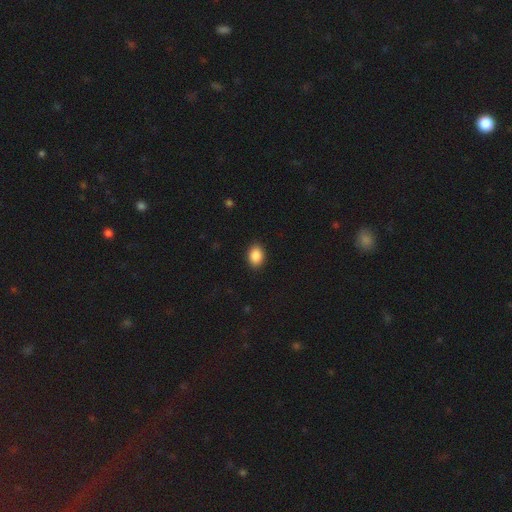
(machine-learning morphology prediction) This appears to be a smooth galaxy with no disk features (89%) that is in between round and cigar-shaped (75%). Merging: none (90%).